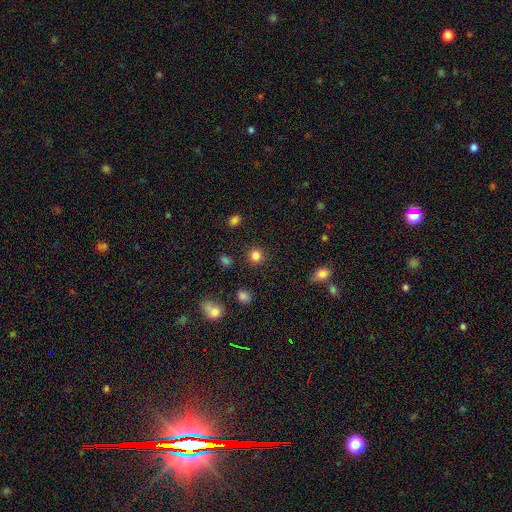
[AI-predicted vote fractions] A smooth galaxy with no disk features (83%) that is round (92%). Merging: none (89%).